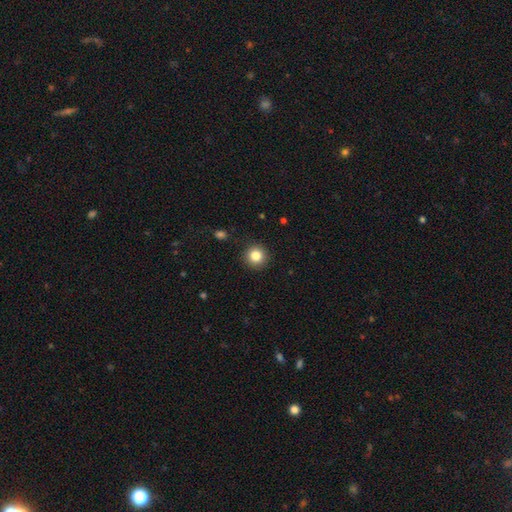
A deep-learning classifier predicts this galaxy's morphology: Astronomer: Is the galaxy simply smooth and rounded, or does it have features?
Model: smooth — 84%.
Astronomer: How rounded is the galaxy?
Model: round — 94%.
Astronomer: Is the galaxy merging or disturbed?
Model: none — 91%.